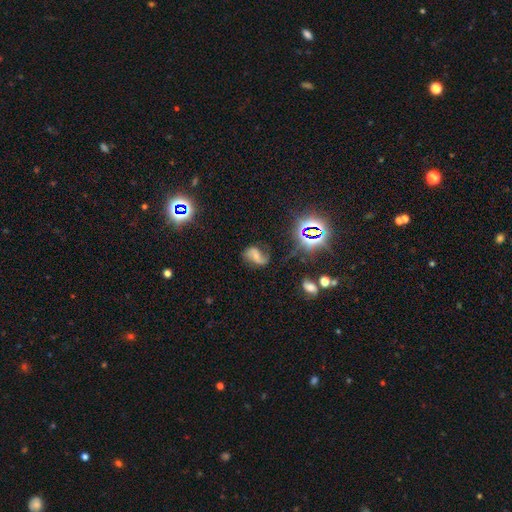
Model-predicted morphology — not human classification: The model was most divided on "bar": no: 42%, weak: 36%, strong: 22%. Remaining: edge-on disk — no (97%); spiral arms — yes (91%); spiral arm count — 2 (83%); smooth or featured — featured or disk (64%); merging — none (62%); spiral winding — loose (55%); bulge size — small (46%).